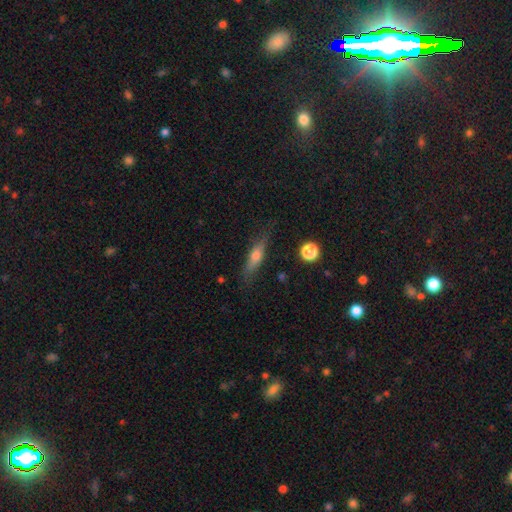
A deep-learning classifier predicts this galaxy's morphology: The model was most divided on "smooth or featured": smooth: 50%, featured or disk: 43%, star or artifact: 8%. More confident: merging — none (79%).